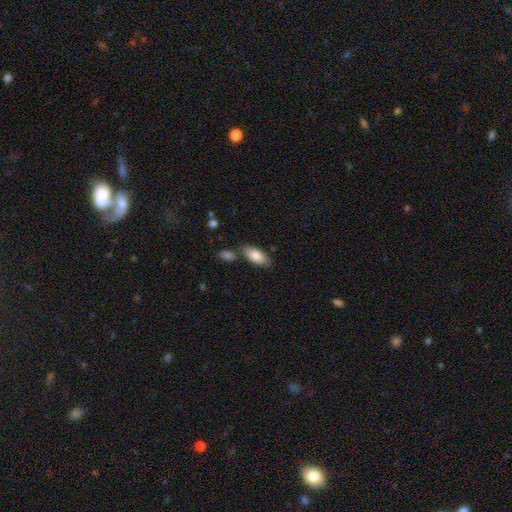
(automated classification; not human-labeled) Q: Smooth or featured?
A: smooth (83%); runner-up: featured or disk (11%)
Q: How rounded?
A: in between (86%); runner-up: cigar-shaped (12%)
Q: Merging?
A: none (72%); runner-up: minor disturbance (13%)